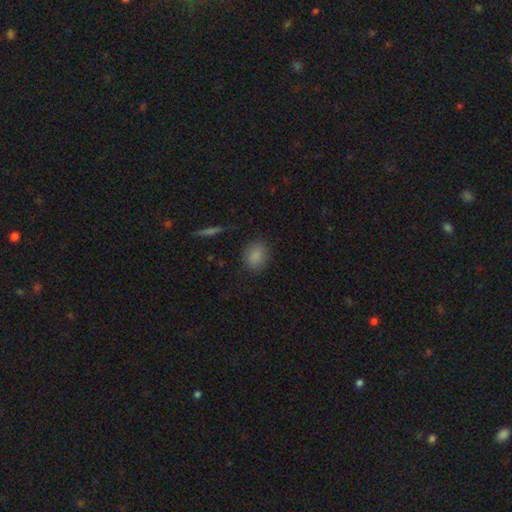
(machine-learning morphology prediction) Smooth or featured? Predicted: smooth (p=0.86). How rounded? Predicted: in between (p=0.49, tied with round). Merging? Predicted: none (p=0.84).